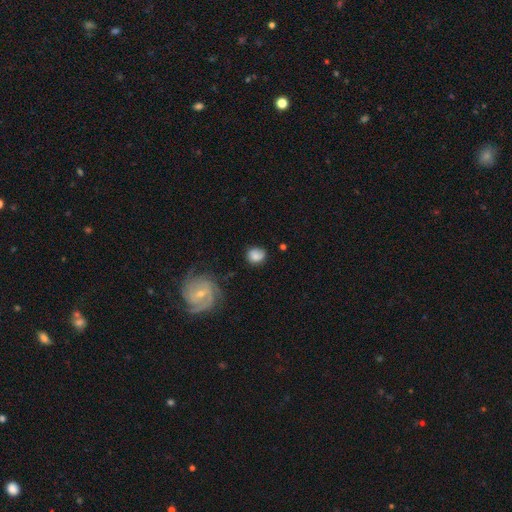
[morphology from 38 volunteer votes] Smooth or featured?
  - smooth: 71% *
  - featured or disk: 26%
  - star or artifact: 3%
How rounded?
  - round: 52% *
  - in between: 48%
  - cigar-shaped: 0%
Merging?
  - none: 65% *
  - minor disturbance: 24%
  - major disturbance: 8%
  - merger: 3%